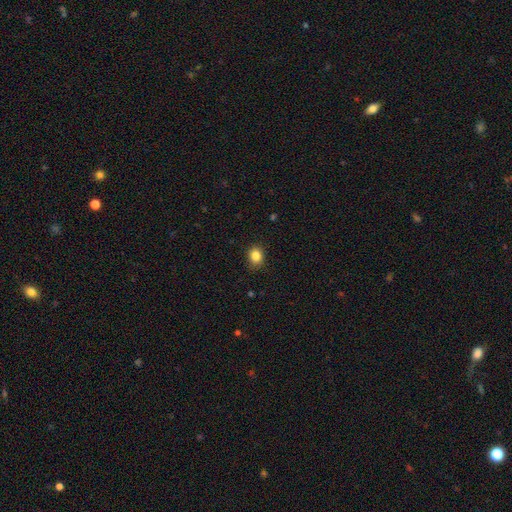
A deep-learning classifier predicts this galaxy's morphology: Smooth or featured: smooth — 85% (star or artifact — 11%)
How rounded: round — 58% (in between — 41%)
Merging: none — 87% (minor disturbance — 10%)